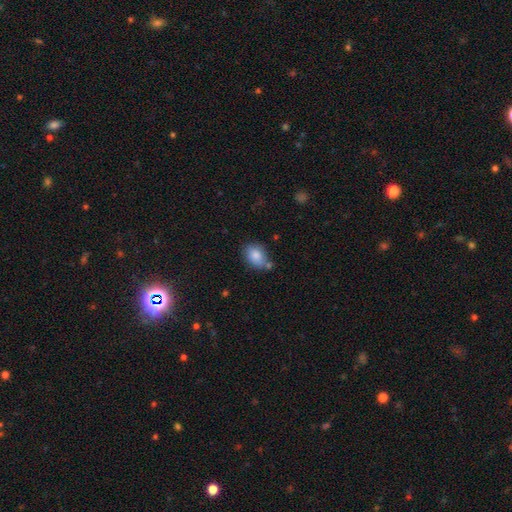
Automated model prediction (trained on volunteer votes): A smooth galaxy with no disk features (83%) that is in between round and cigar-shaped (73%). Merging: none (65%).